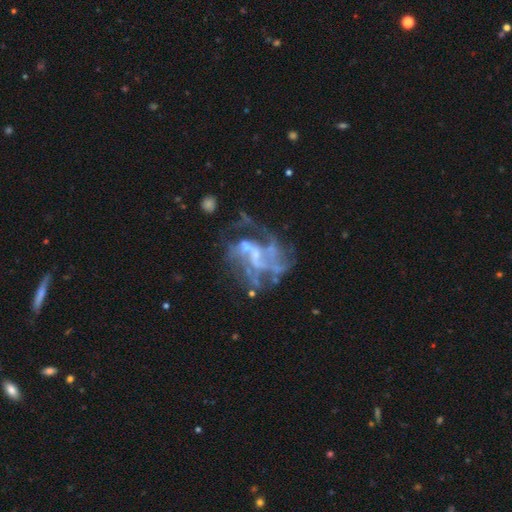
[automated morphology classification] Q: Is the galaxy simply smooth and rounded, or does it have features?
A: featured or disk — 79%.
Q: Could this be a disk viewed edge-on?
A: no — 98%.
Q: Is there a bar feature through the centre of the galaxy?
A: no — 55%.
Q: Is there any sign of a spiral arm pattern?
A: yes — 68%.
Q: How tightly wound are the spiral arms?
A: loose — 41%.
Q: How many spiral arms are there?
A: can't tell — 37%.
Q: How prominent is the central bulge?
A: none — 44%.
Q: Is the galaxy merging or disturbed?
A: none — 39%.